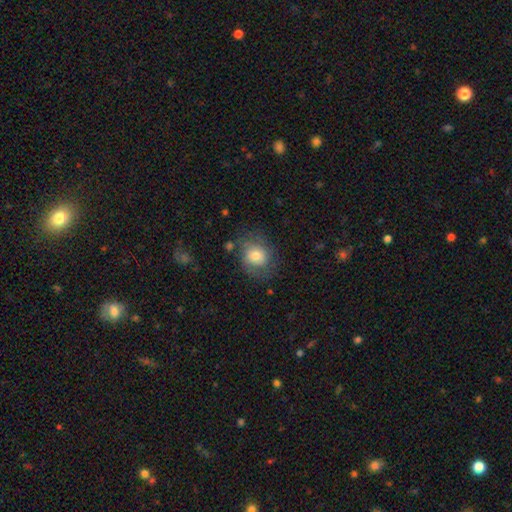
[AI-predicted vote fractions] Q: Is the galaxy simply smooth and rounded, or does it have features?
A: smooth — 65%.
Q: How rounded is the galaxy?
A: round — 69%.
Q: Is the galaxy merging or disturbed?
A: none — 66%.